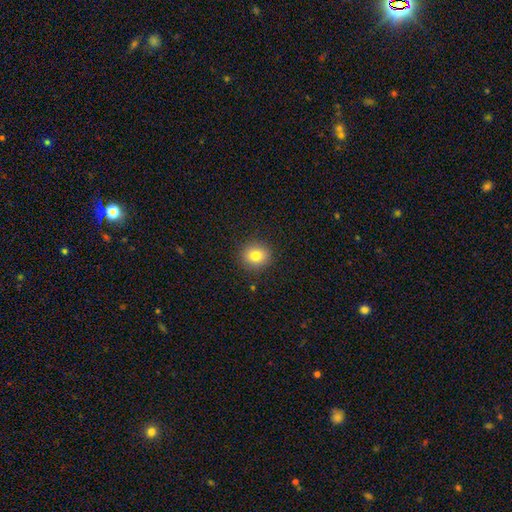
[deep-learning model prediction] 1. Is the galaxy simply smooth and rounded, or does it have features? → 81% smooth, 11% star or artifact, 9% featured or disk.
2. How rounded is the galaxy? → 85% round, 14% in between, 1% cigar-shaped.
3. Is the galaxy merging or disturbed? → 89% none, 7% minor disturbance, 2% major disturbance, 1% merger.